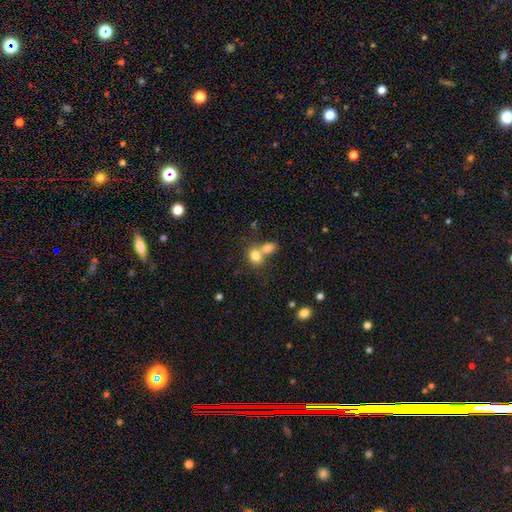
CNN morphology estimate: type=smooth (78%); roundness=round (51%); merging=merger (56%).